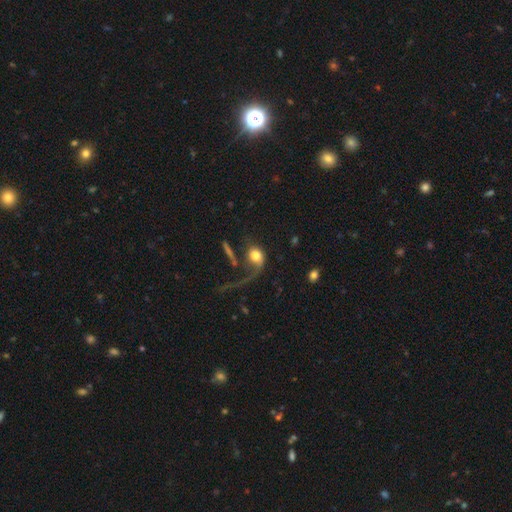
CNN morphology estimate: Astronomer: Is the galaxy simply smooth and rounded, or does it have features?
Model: smooth — 59%.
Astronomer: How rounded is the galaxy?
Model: round — 58% (runner-up: in between, 39%).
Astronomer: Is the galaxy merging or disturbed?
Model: major disturbance — 48% (runner-up: none, 28%).